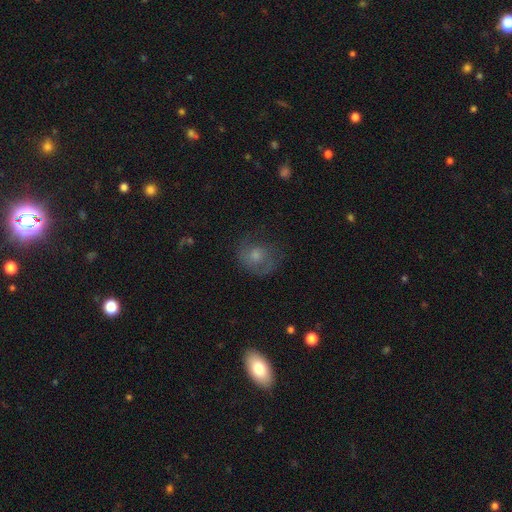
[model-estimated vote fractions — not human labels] A featured or disk galaxy (47%).

Vote fractions:
- Smooth or featured? featured or disk: 47% / smooth: 40% / star or artifact: 12%
- Merging? none: 59% / minor disturbance: 22% / major disturbance: 18% / merger: 2%